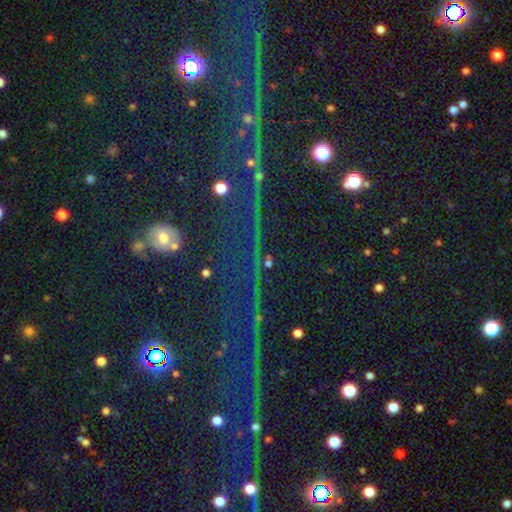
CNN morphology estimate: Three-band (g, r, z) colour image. It shows a star or artifact, not a galaxy (77%).